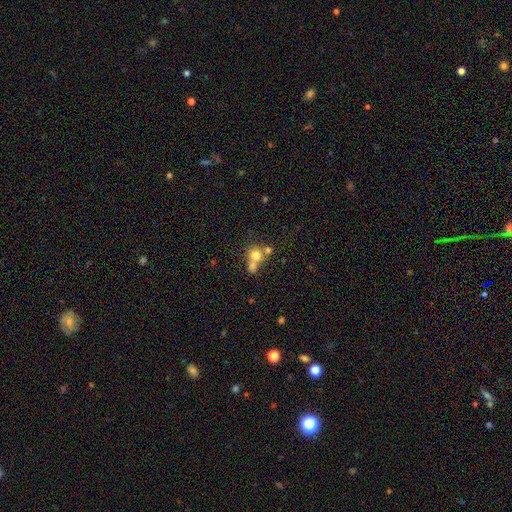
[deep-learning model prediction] smooth 70%, featured or disk 17%, star or artifact 13%. Down the decision tree: how rounded — round (81%); merging — merger (54%).